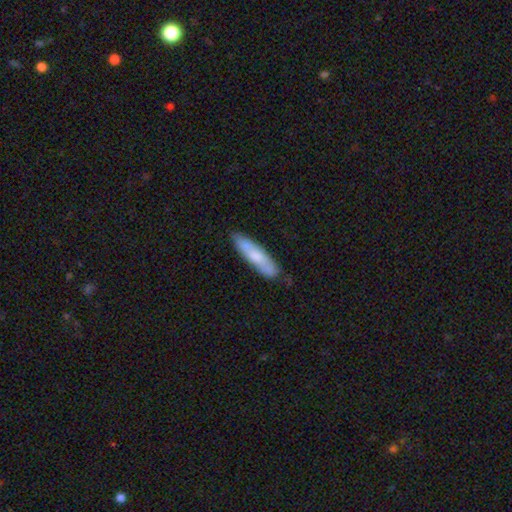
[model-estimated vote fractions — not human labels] A smooth galaxy with no disk features (66%) that is cigar-shaped (78%). Merging: none (80%).